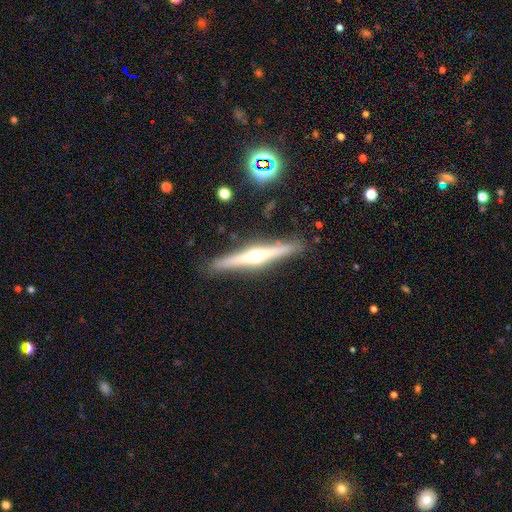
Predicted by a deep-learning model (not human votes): Overall: featured or disk (75%). Edge-on disk: yes (98%). Edge-on bulge: rounded (92%). Merging: none (90%).